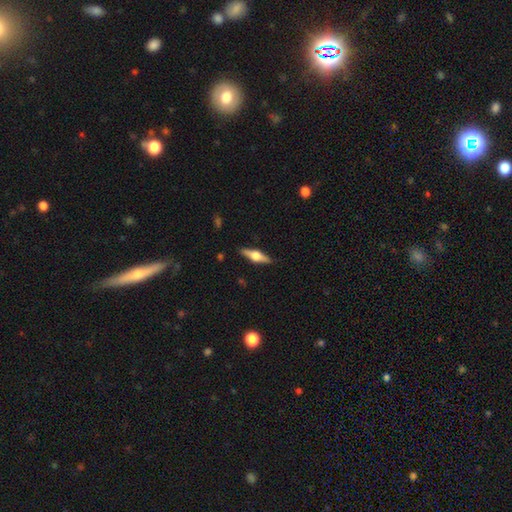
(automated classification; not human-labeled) smooth-or-featured: featured or disk: 68% | smooth: 26% | star or artifact: 6%
  disk-edge-on: yes: 97% | no: 3%
    edge-on-bulge: rounded: 93% | boxy: 5% | none: 1%
  merging: none: 89% | minor disturbance: 8% | major disturbance: 2% | merger: 1%